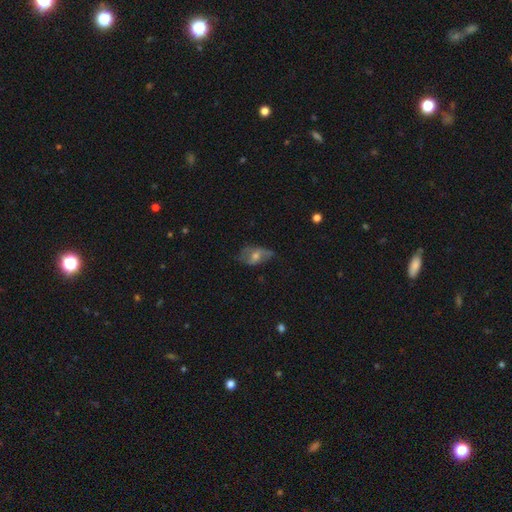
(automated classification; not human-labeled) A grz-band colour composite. It shows a featured or disk galaxy (53%). Merging: none (52%).